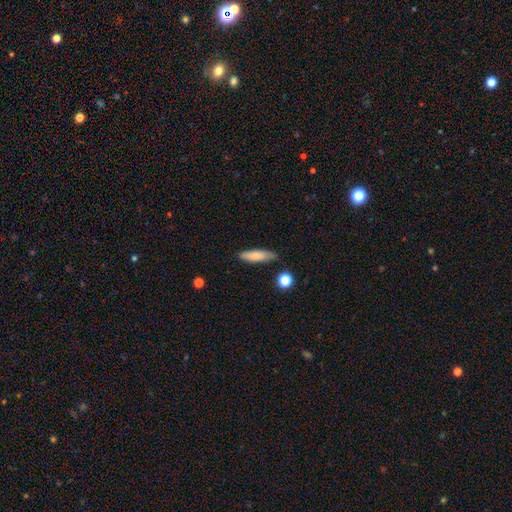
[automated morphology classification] Smooth or featured? smooth (80%)
How rounded? cigar-shaped (63%)
Merging? none (80%)